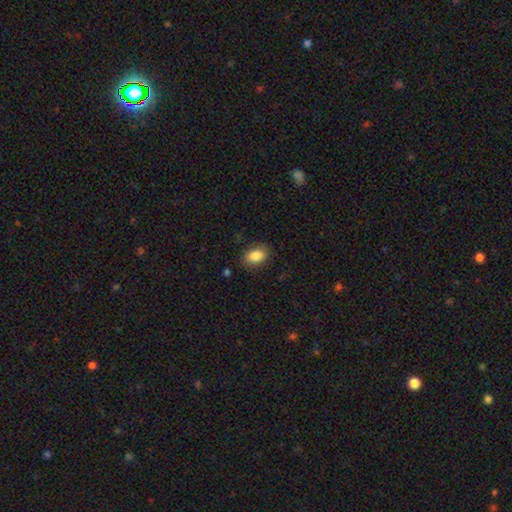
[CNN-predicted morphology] Smooth or featured? Predicted: smooth (p=0.85). How rounded? Predicted: in between (p=0.84). Merging? Predicted: none (p=0.83).